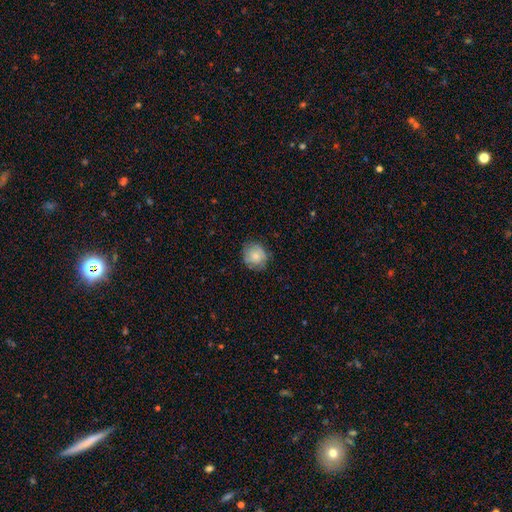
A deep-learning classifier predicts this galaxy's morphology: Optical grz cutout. It shows a smooth galaxy with no disk features (67%) that is round (83%). Merging: none (74%).